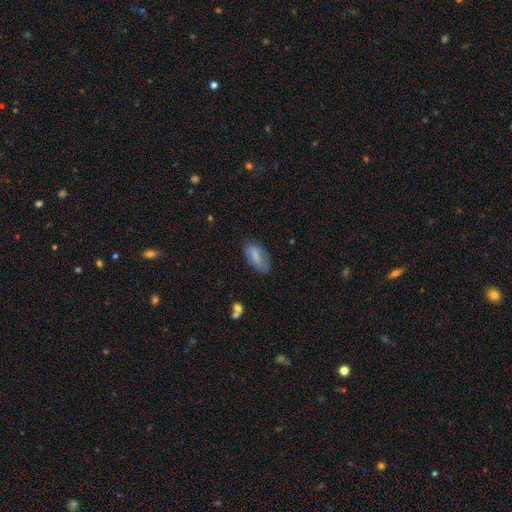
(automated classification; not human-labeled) Smooth or featured? smooth (75%)
How rounded? in between (86%)
Merging? none (66%)